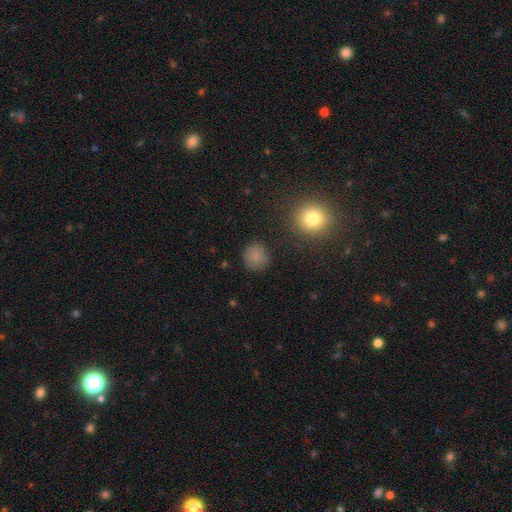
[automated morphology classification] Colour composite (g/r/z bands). It shows a smooth galaxy with no disk features (80%) that is round (89%). Merging: none (86%).